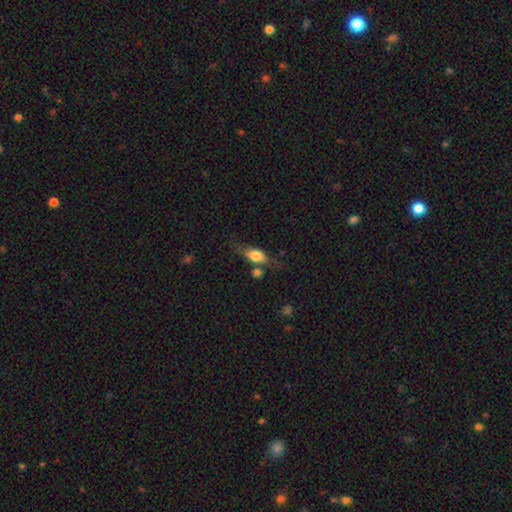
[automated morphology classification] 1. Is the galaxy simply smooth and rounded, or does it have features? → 69% smooth, 23% featured or disk, 7% star or artifact.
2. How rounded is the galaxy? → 78% in between, 15% cigar-shaped, 7% round.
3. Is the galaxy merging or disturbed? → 58% none, 21% minor disturbance, 11% merger, 9% major disturbance.